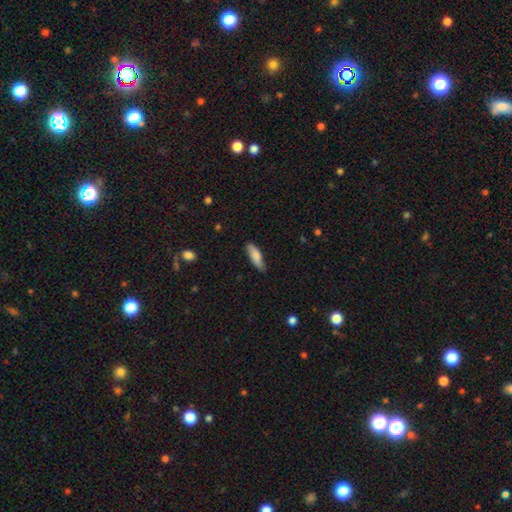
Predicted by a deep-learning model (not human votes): smooth-or-featured: smooth: 81% | featured or disk: 13% | star or artifact: 6%
  how-rounded: in between: 49% (tied) | cigar-shaped: 49% (tied) | round: 2%
  merging: none: 80% | minor disturbance: 16% | major disturbance: 3% | merger: 1%